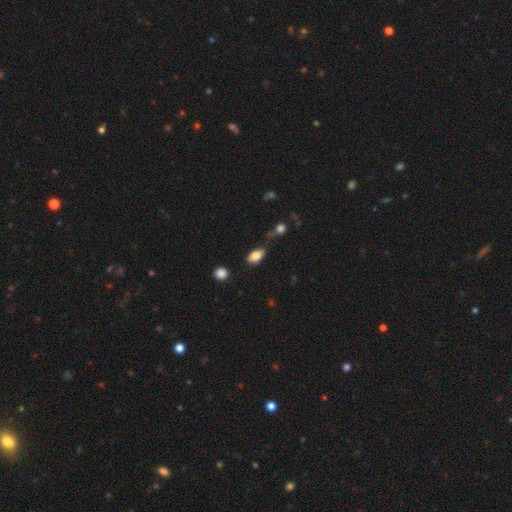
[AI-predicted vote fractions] smooth 82%, featured or disk 10%, star or artifact 8%. Down the decision tree: how rounded — in between (89%); merging — none (59%).